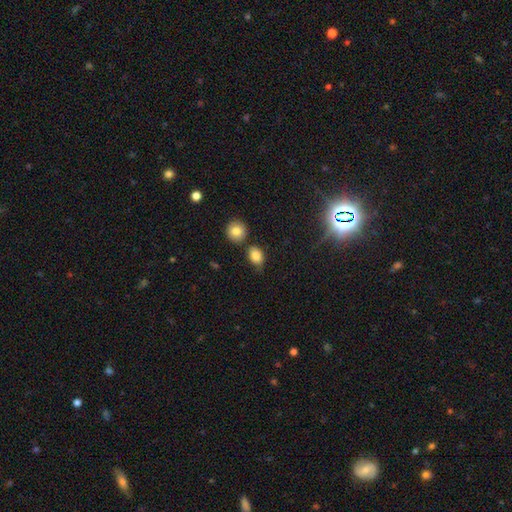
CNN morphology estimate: smooth-or-featured: smooth: 85% | star or artifact: 9% | featured or disk: 6%
  how-rounded: in between: 70% | round: 28% | cigar-shaped: 2%
  merging: none: 65% | minor disturbance: 21% | merger: 9% | major disturbance: 5%